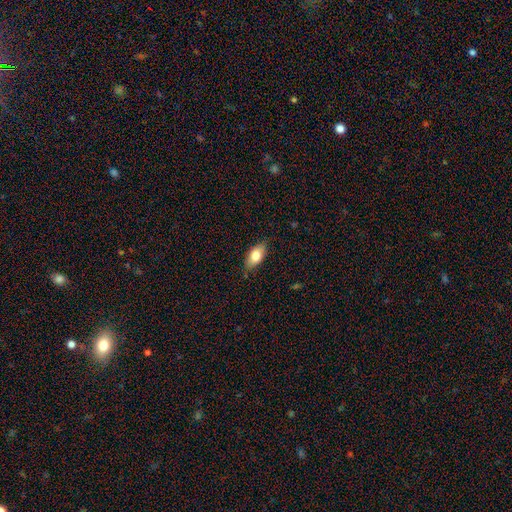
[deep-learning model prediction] Morphology: type=smooth (78%); roundness=in between (89%); merging=none (83%).